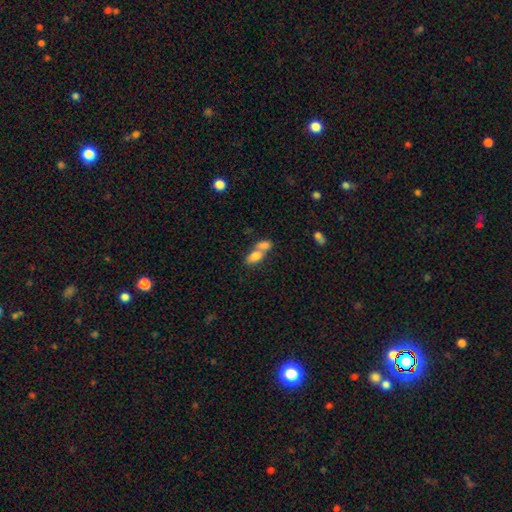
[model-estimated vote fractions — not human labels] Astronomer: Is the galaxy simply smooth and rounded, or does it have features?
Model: smooth — 79%.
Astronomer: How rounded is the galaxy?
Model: in between — 85%.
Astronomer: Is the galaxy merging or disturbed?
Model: merger — 67%.